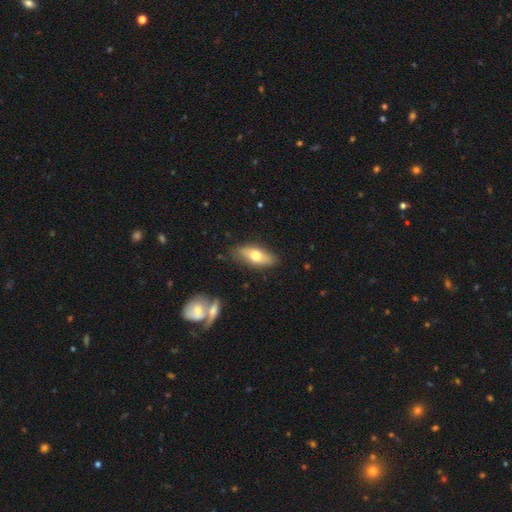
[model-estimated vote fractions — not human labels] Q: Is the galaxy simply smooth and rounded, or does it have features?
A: smooth — 65%.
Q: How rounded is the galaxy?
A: in between — 75%.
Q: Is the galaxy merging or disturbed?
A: none — 82%.